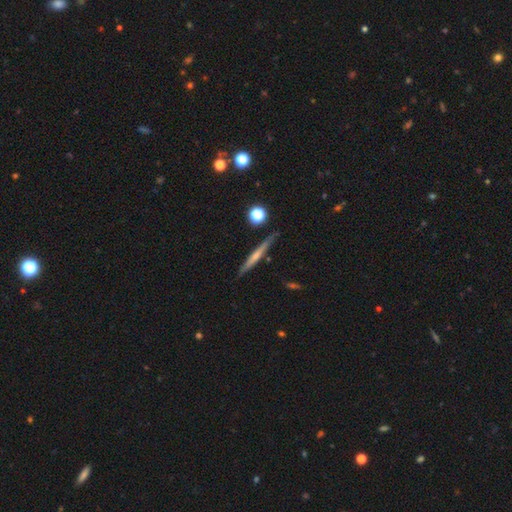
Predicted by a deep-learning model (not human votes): Overall: featured or disk (53%; smooth 40%). Edge-on disk: yes (96%). Edge-on bulge: none (59%; rounded 34%). Merging: none (86%).